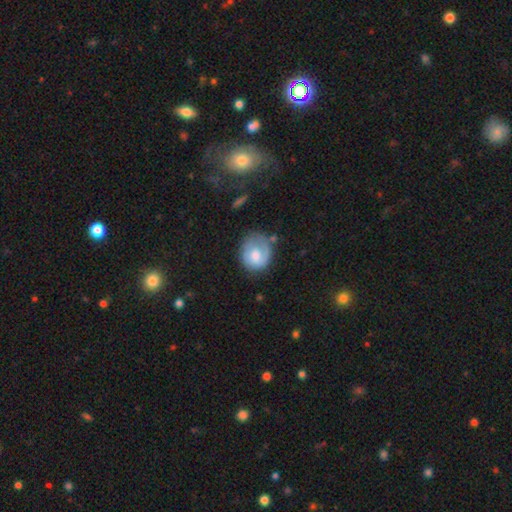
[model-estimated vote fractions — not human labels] smooth_or_featured: smooth (p=0.55) [alt: featured or disk p=0.38]
how_rounded: round (p=0.66) [alt: in between p=0.33]
merging: none (p=0.57) [alt: minor disturbance p=0.26]